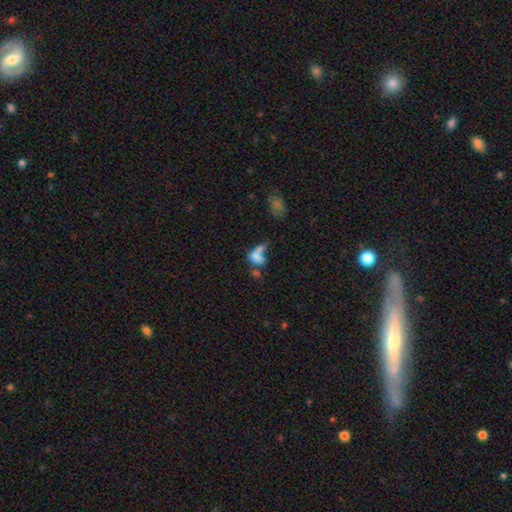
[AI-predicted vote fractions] A smooth galaxy with no disk features (65%) that is in between round and cigar-shaped (79%). Merging: merger (53%).